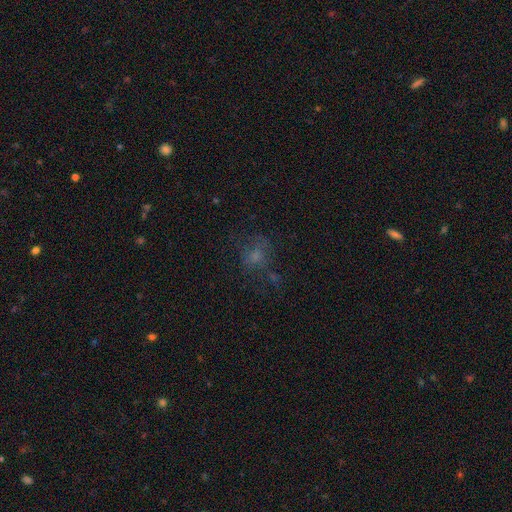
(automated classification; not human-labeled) Smooth or featured: smooth — 49% (star or artifact — 26%)
Merging: none — 55% (major disturbance — 20%)